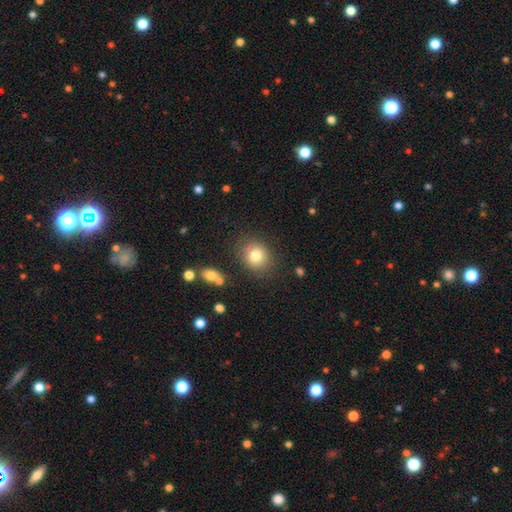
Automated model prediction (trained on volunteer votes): Smooth or featured? smooth (79%)
How rounded? round (72%)
Merging? none (81%)